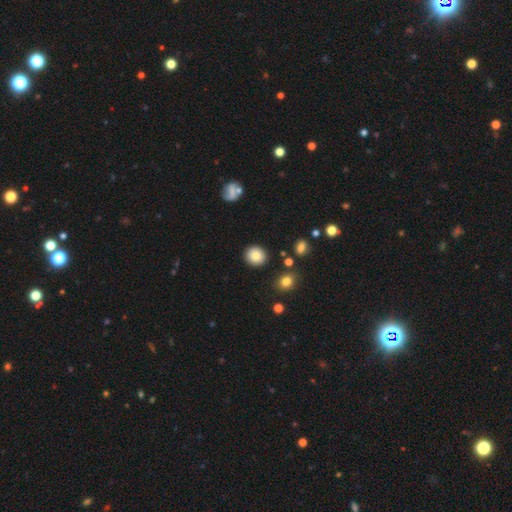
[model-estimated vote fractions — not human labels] Smooth or featured: smooth — 82% (star or artifact — 9%)
How rounded: round — 89% (in between — 10%)
Merging: none — 90% (minor disturbance — 6%)